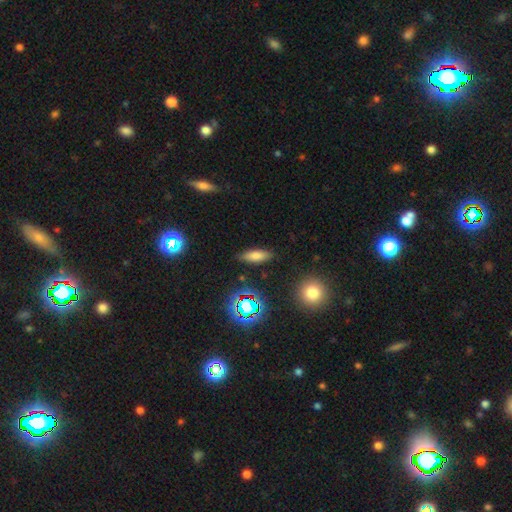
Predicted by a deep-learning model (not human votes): Smooth or featured? Predicted: smooth (p=0.72). How rounded? Predicted: in between (p=0.62). Merging? Predicted: none (p=0.85).